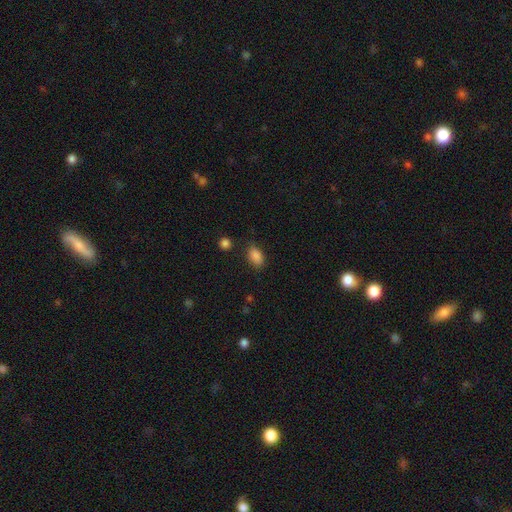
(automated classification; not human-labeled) Q: Smooth or featured?
A: smooth (87%); runner-up: star or artifact (9%)
Q: How rounded?
A: in between (88%); runner-up: round (10%)
Q: Merging?
A: none (79%); runner-up: minor disturbance (15%)